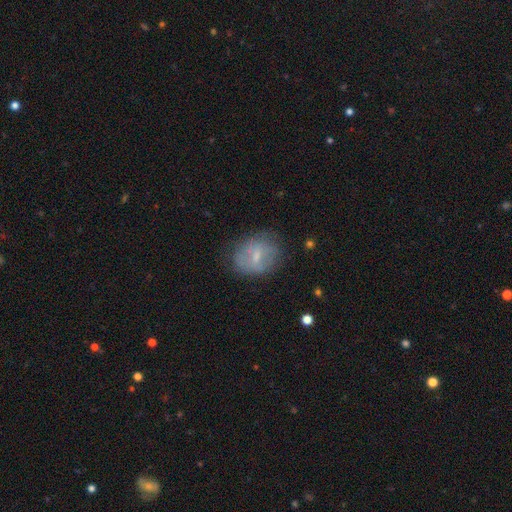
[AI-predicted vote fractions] Morphology: type=smooth (53%); roundness=in between (51%); merging=none (67%).